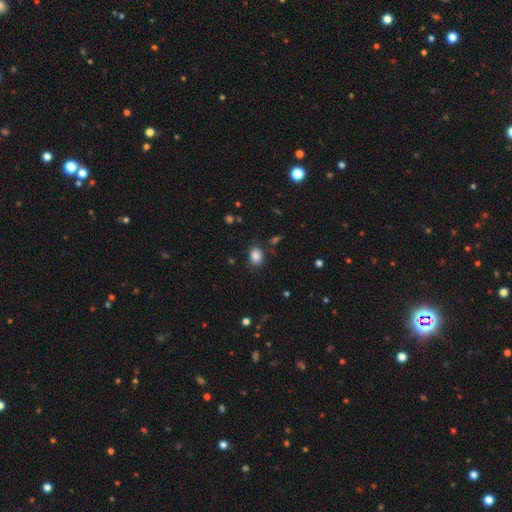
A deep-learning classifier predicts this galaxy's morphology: smooth 86%, star or artifact 10%, featured or disk 5%. Down the decision tree: how rounded — in between (57%); merging — none (84%).